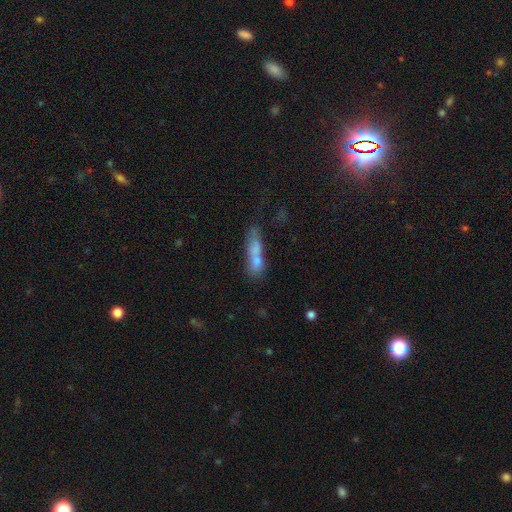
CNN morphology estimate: smooth_or_featured: smooth (p=0.65) [alt: featured or disk p=0.25]
how_rounded: cigar-shaped (p=0.62) [alt: in between p=0.33]
merging: merger (p=0.42) [alt: none p=0.32]